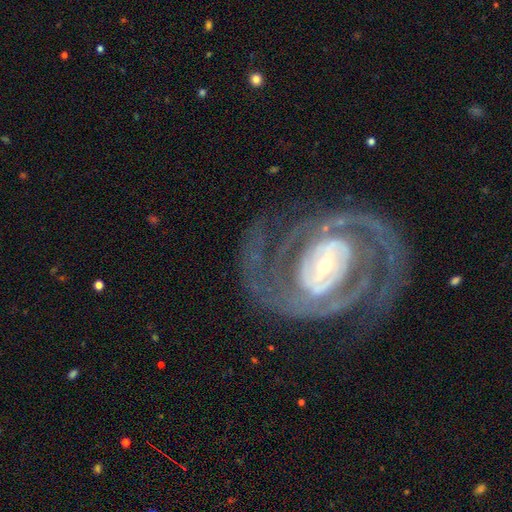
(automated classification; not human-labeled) A featured or disk galaxy (90%) with no bar (38%), 2 (71%) tight (56%) spiral arms (96%) and a small central bulge (66%). Merging: none (73%).